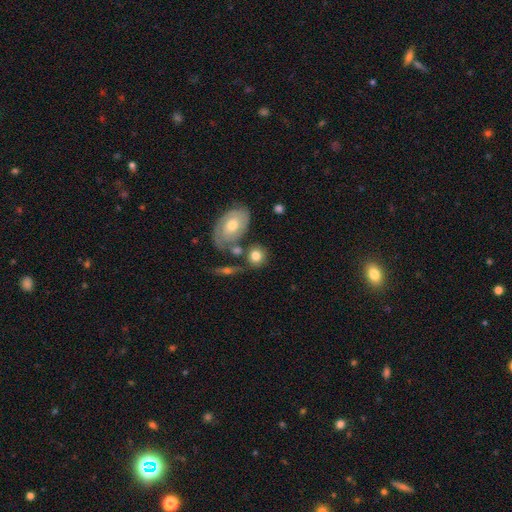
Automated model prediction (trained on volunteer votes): Smooth or featured? Predicted: smooth (p=0.72). How rounded? Predicted: round (p=0.67). Merging? Predicted: none (p=0.61).